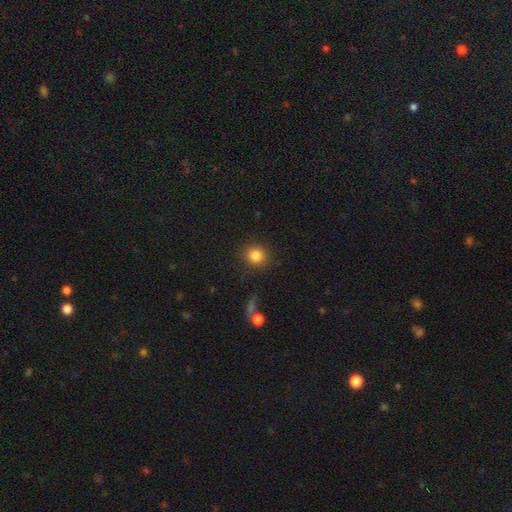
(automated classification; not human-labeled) A smooth galaxy with no disk features (85%) that is round (89%). Merging: none (87%).